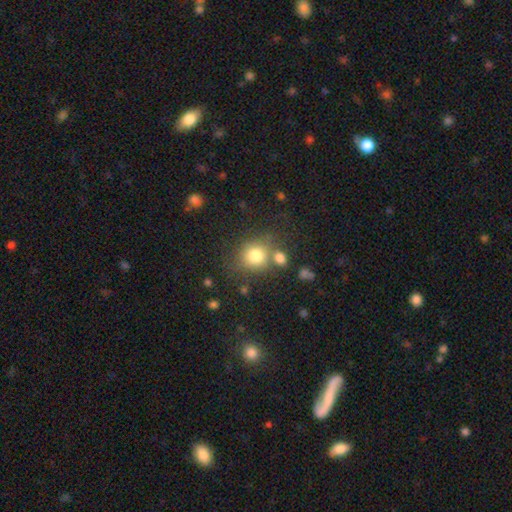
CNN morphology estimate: Smooth or featured? Predicted: smooth (p=0.78). How rounded? Predicted: round (p=0.80). Merging? Predicted: none (p=0.62).